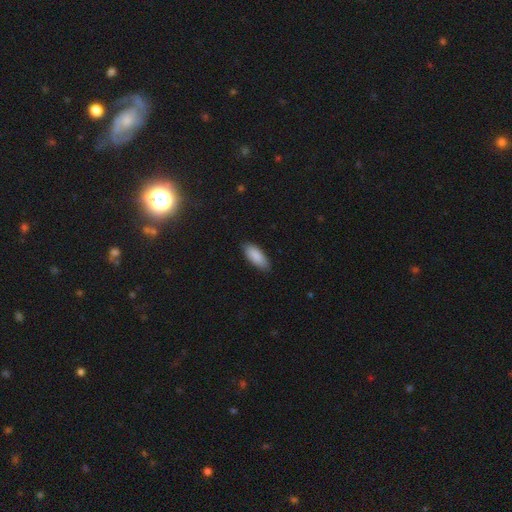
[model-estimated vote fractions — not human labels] Smooth or featured? smooth (89%)
How rounded? in between (81%)
Merging? none (86%)